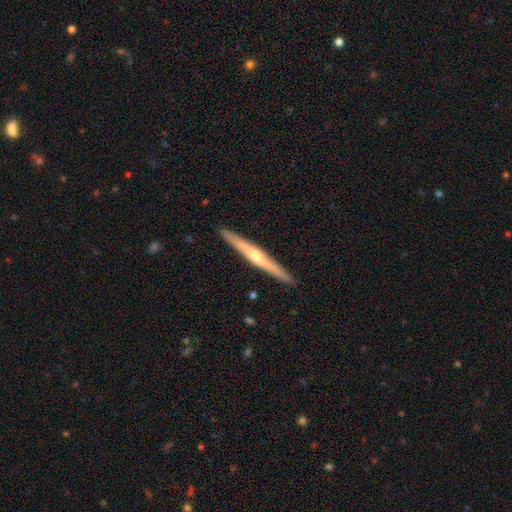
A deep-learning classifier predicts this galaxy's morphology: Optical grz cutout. It shows a featured or disk galaxy (70%) viewed edge-on (97%) with a rounded central bulge (82%). Merging: none (92%).